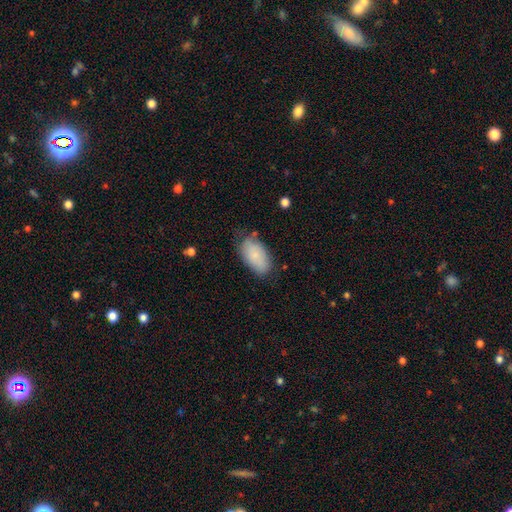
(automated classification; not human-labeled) Smooth or featured? smooth (82%)
How rounded? in between (95%)
Merging? none (70%)